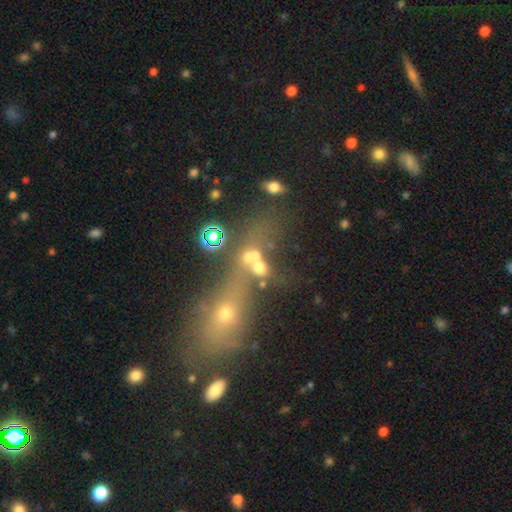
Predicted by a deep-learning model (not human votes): Smooth or featured: smooth — 51% (featured or disk — 25%)
How rounded: in between — 49% (round — 44%)
Merging: merger — 56% (none — 23%)